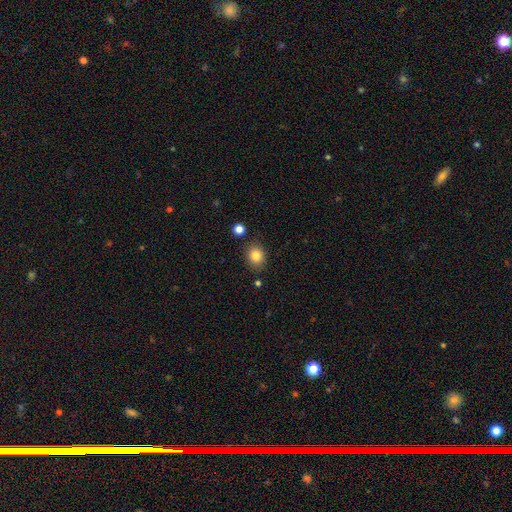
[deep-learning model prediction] Overall: smooth (84%). How rounded: round (67%; in between 32%). Merging: none (83%).